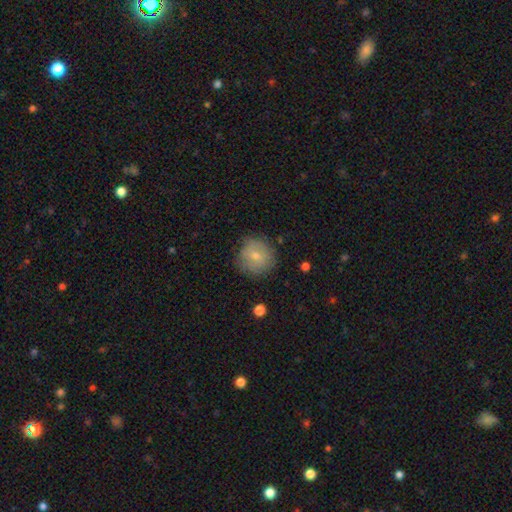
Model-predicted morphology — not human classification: Smooth or featured? Predicted: smooth (p=0.69). How rounded? Predicted: round (p=0.91). Merging? Predicted: none (p=0.76).